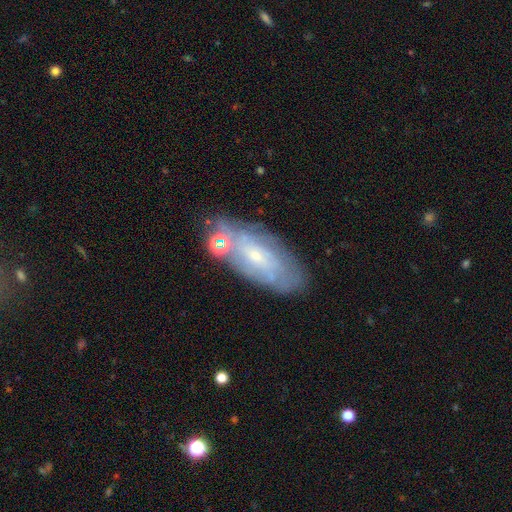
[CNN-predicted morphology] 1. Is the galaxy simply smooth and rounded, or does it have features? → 62% featured or disk, 29% smooth, 8% star or artifact.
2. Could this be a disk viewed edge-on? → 87% no, 13% yes.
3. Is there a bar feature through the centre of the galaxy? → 72% no, 23% weak, 5% strong.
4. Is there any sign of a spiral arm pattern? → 66% yes, 34% no.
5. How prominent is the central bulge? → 79% small, 17% moderate, 3% none, 1% large, 1% dominant.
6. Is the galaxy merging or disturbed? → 64% none, 18% minor disturbance, 11% merger, 6% major disturbance.